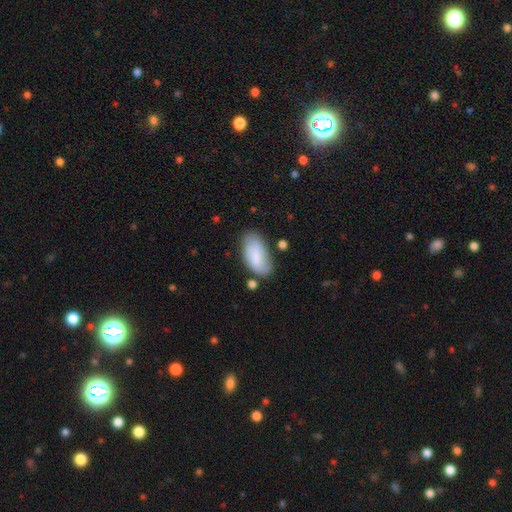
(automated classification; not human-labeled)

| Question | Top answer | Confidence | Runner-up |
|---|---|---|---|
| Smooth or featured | smooth | 80% | featured or disk (14%) |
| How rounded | in between | 94% | cigar-shaped (4%) |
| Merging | none | 65% | minor disturbance (24%) |